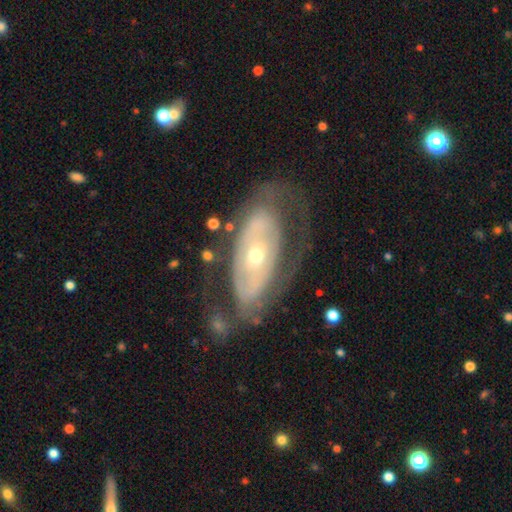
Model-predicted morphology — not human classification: Overall: featured or disk (74%). Edge-on disk: no (89%). Bar: no (72%). Spiral arms: yes (53%; no 47%). Bulge size: small (56%; moderate 40%). Merging: none (53%; major disturbance 24%).